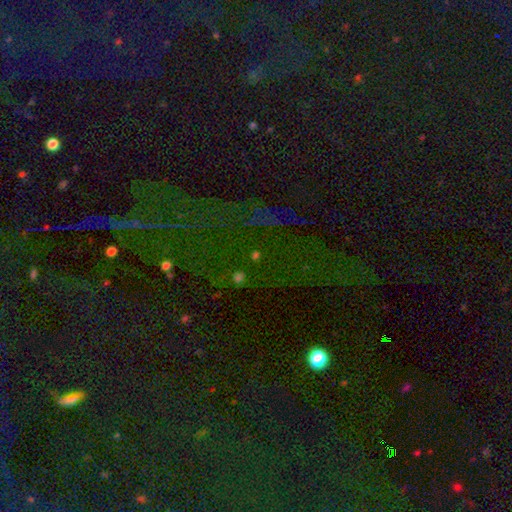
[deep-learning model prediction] smooth-or-featured: star or artifact: 67% | smooth: 22% | featured or disk: 11%